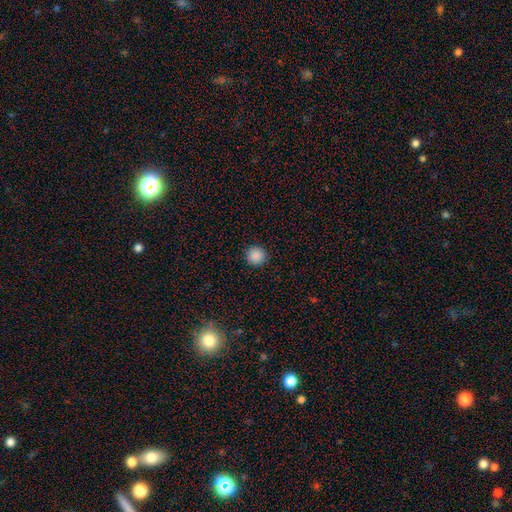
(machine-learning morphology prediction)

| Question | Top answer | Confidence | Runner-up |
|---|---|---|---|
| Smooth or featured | smooth | 88% | star or artifact (9%) |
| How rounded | round | 96% | in between (4%) |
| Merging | none | 92% | minor disturbance (5%) |